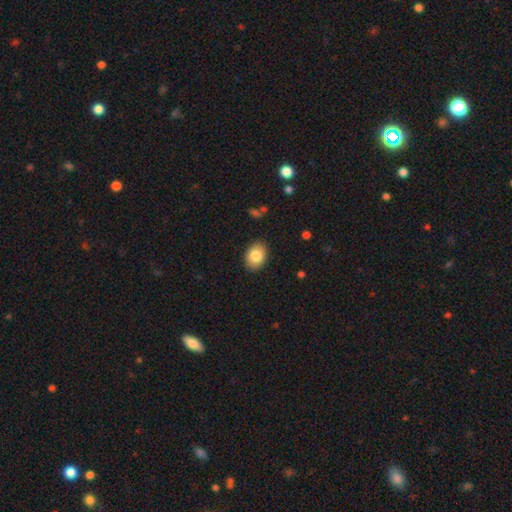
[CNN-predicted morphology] Smooth or featured: smooth — 83% (featured or disk — 9%)
How rounded: in between — 74% (round — 25%)
Merging: none — 88% (minor disturbance — 9%)